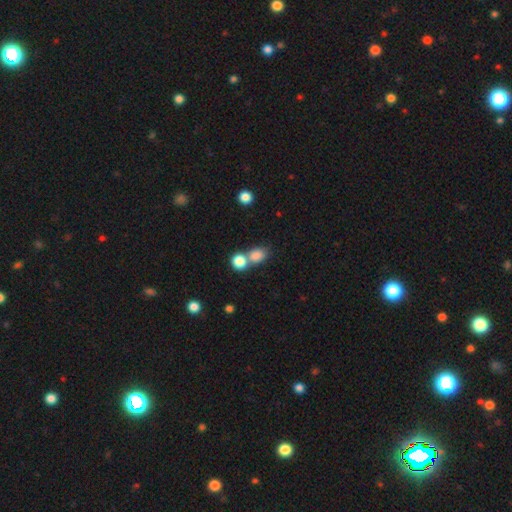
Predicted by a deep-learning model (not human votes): Smooth or featured: smooth — 82% (star or artifact — 11%)
How rounded: in between — 50% (round — 49%)
Merging: merger — 46% (none — 42%)